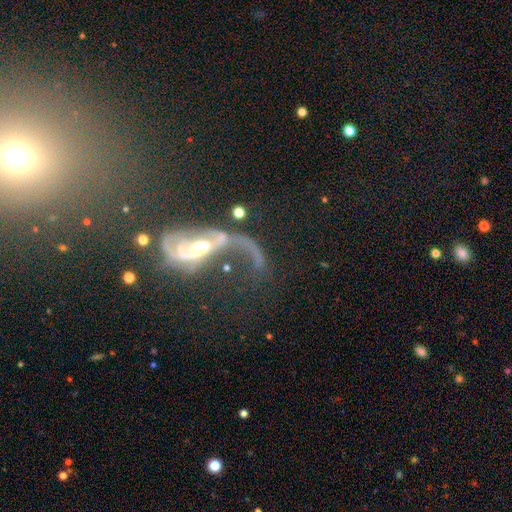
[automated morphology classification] Smooth or featured? Predicted: featured or disk (p=0.70). Edge-on disk? Predicted: no (p=0.88). Bar? Predicted: no (p=0.45). Spiral arms? Predicted: yes (p=0.72). Bulge size? Predicted: moderate (p=0.55). Merging? Predicted: major disturbance (p=0.46).